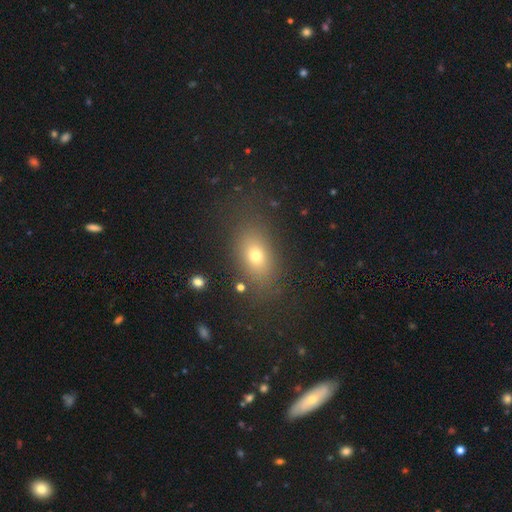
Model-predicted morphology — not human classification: This appears to be a smooth galaxy with no disk features (71%) that is in between round and cigar-shaped (78%). Merging: none (78%).